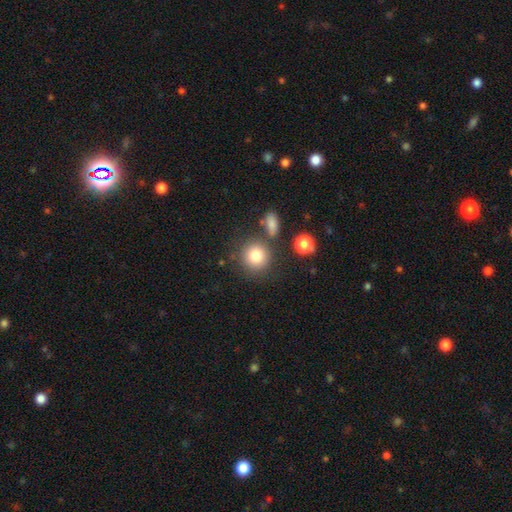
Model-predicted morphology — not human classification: smooth_or_featured: smooth (p=0.81) [alt: star or artifact p=0.11]
how_rounded: round (p=0.90) [alt: in between p=0.09]
merging: none (p=0.75) [alt: merger p=0.10]